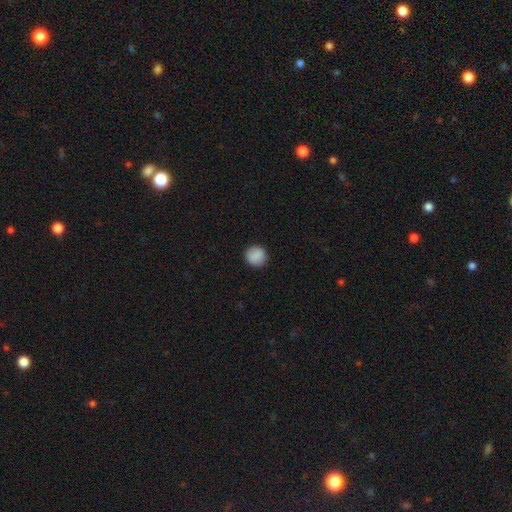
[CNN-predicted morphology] smooth_or_featured: smooth (p=0.89) [alt: star or artifact p=0.08]
how_rounded: round (p=0.91) [alt: in between p=0.08]
merging: none (p=0.91) [alt: minor disturbance p=0.06]